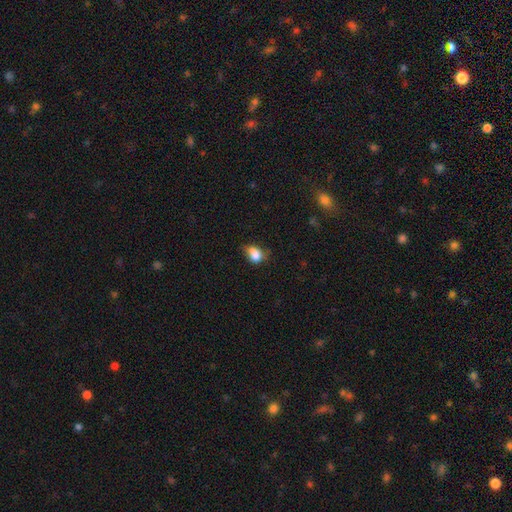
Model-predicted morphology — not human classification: Smooth or featured? smooth (84%)
How rounded? in between (76%)
Merging? none (45%)